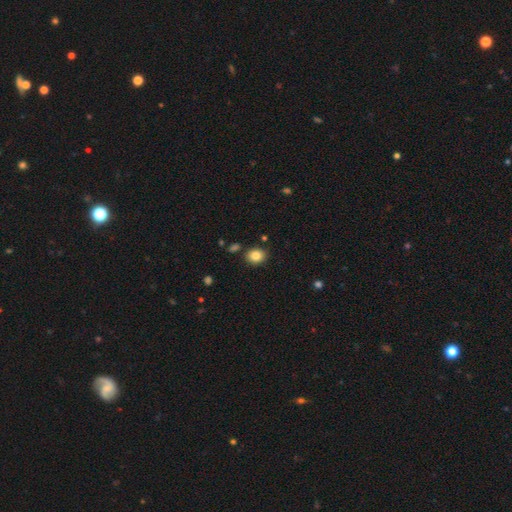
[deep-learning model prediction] smooth_or_featured: smooth (p=0.84) [alt: star or artifact p=0.10]
how_rounded: round (p=0.62) [alt: in between p=0.38]
merging: none (p=0.85) [alt: minor disturbance p=0.09]